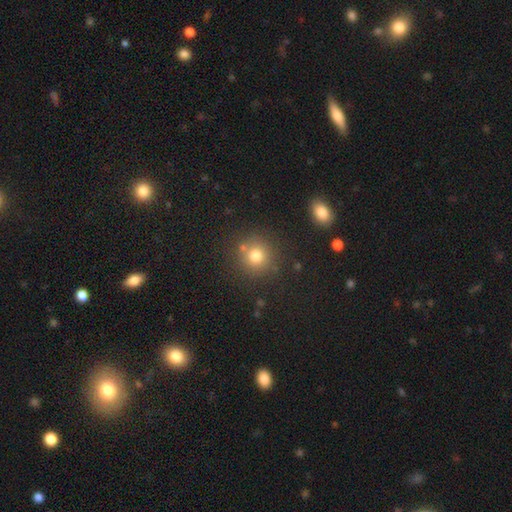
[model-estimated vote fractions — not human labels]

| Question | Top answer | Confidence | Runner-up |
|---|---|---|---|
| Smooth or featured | smooth | 76% | star or artifact (15%) |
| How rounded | round | 92% | in between (7%) |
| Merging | none | 80% | minor disturbance (9%) |